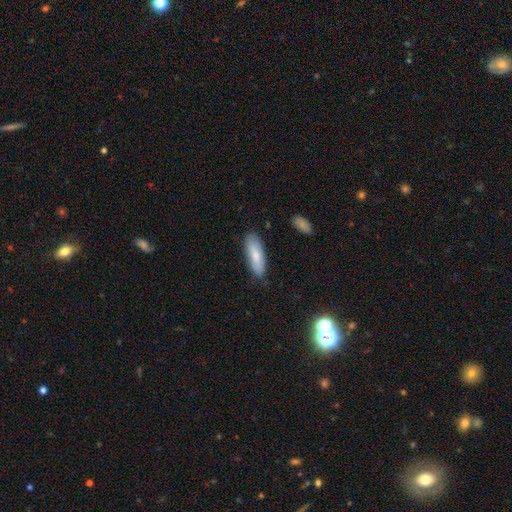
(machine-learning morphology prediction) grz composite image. It shows a smooth galaxy with no disk features (78%) that is in between round and cigar-shaped (61%). Merging: none (81%).